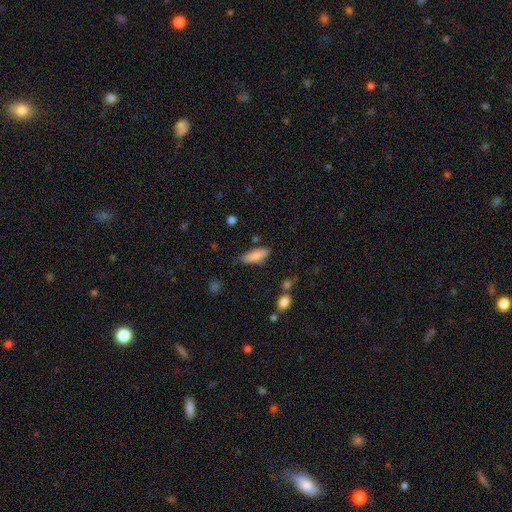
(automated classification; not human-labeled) smooth 84%, featured or disk 9%, star or artifact 7%. Down the decision tree: how rounded — in between (63%); merging — none (67%).